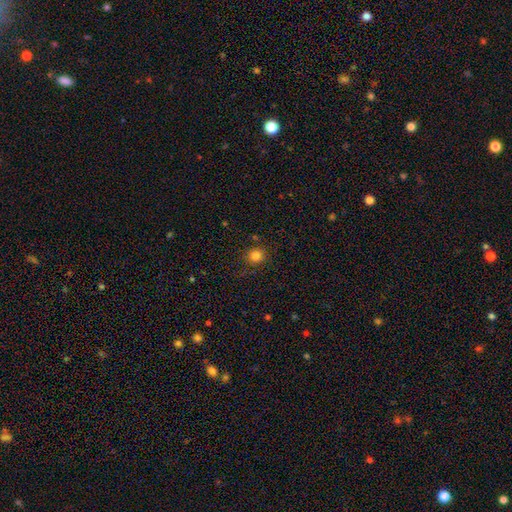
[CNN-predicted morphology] A smooth galaxy with no disk features (82%) that is round (90%).

Vote fractions:
- Smooth or featured? smooth: 82% / star or artifact: 13% / featured or disk: 5%
- How rounded? round: 90% / in between: 9% / cigar-shaped: 1%
- Merging? none: 86% / minor disturbance: 9% / major disturbance: 3% / merger: 2%